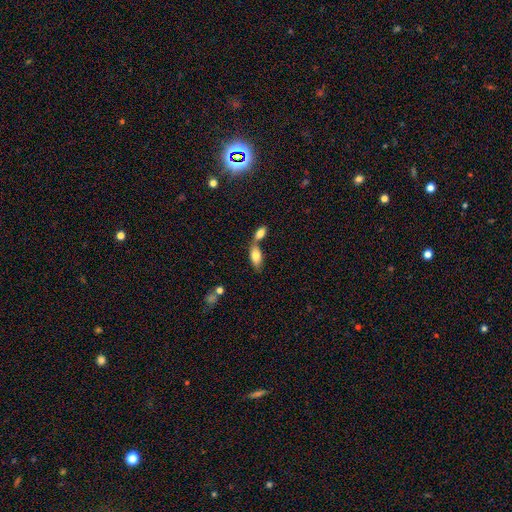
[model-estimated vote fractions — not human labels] A smooth galaxy with no disk features (79%) that is in between round and cigar-shaped (88%). Merging: merger (44%).